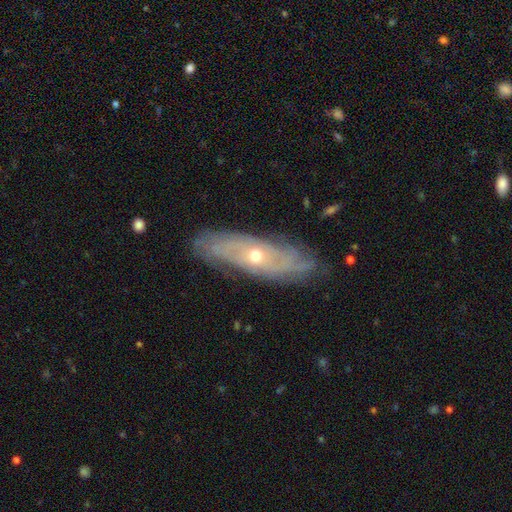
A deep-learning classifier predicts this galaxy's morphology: A featured or disk galaxy (76%) with no bar (82%), spiral arms (79%) and a moderate central bulge (50%). Merging: none (80%).